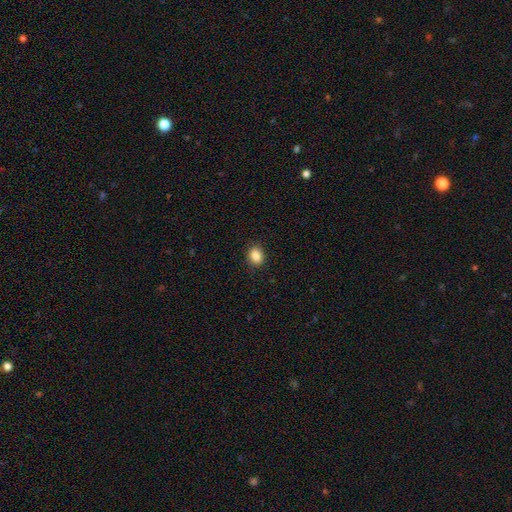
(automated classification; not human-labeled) Smooth or featured?
  - smooth: 87% *
  - star or artifact: 9%
  - featured or disk: 4%
How rounded?
  - round: 50% *
  - in between: 49%
  - cigar-shaped: 1%
Merging?
  - none: 89% *
  - minor disturbance: 8%
  - major disturbance: 2%
  - merger: 1%